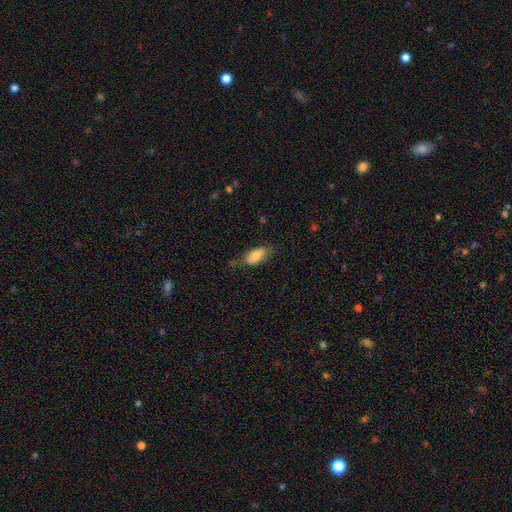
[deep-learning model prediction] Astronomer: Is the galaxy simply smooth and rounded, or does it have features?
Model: smooth — 79%.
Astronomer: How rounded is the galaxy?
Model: in between — 91%.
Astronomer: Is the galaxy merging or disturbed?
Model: none — 58%.